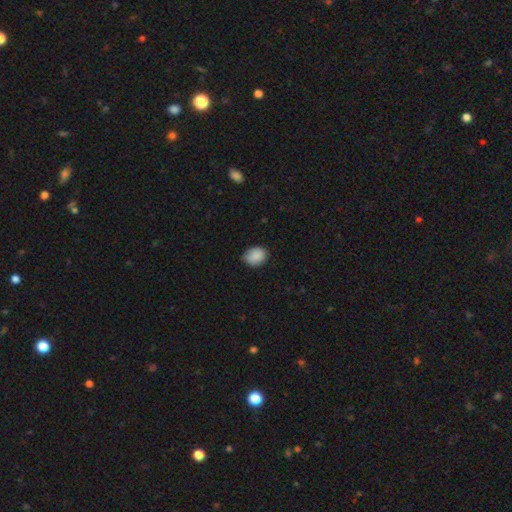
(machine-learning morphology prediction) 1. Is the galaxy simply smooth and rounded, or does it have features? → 89% smooth, 7% star or artifact, 4% featured or disk.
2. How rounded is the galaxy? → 50% round, 49% in between, 1% cigar-shaped.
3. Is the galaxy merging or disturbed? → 80% none, 16% minor disturbance, 3% major disturbance, 1% merger.